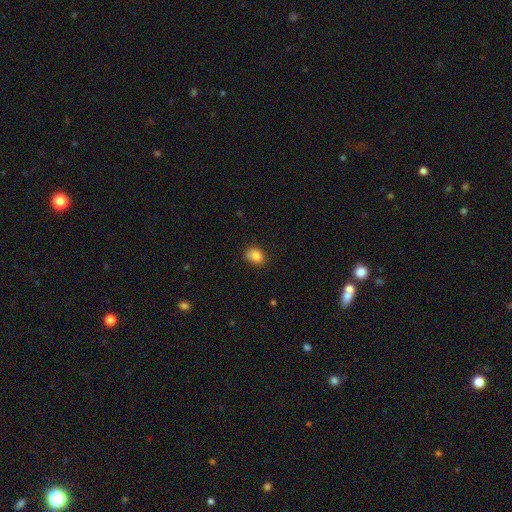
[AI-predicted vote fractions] smooth-or-featured: smooth: 85% | star or artifact: 9% | featured or disk: 6%
  how-rounded: in between: 63% | round: 36% | cigar-shaped: 1%
  merging: none: 82% | minor disturbance: 14% | major disturbance: 3% | merger: 1%